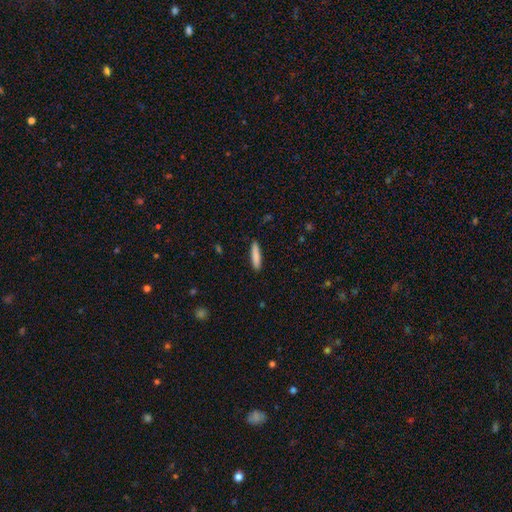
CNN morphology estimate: The model was most divided on "how rounded": cigar-shaped: 86%, in between: 13%, round: 1%. More confident: merging — none (89%); smooth or featured — smooth (85%).